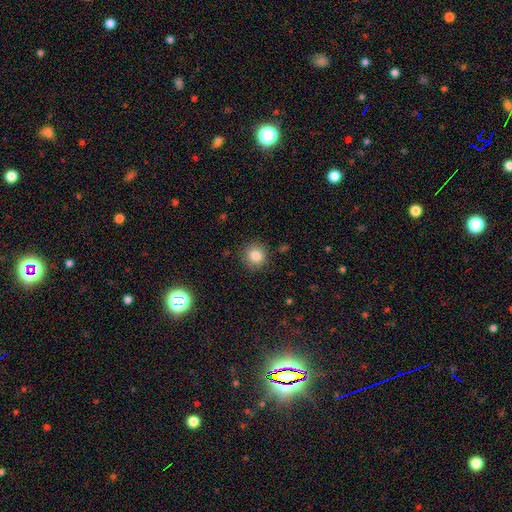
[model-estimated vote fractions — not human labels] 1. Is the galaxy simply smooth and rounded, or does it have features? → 84% smooth, 10% star or artifact, 6% featured or disk.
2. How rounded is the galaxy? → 92% round, 7% in between, 1% cigar-shaped.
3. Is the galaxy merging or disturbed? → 89% none, 7% minor disturbance, 2% major disturbance, 1% merger.